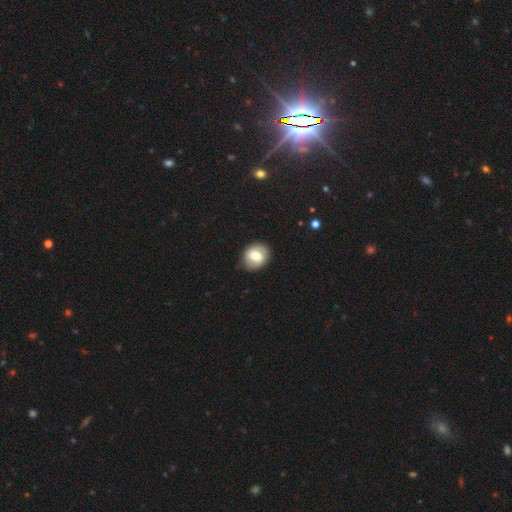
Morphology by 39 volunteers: A smooth galaxy with no disk features (56%) that is round (55%).

Vote fractions:
- Smooth or featured? smooth: 56% / featured or disk: 36% / star or artifact: 8%
- How rounded? round: 55% / in between: 41% / cigar-shaped: 5%
- Merging? none: 69% / minor disturbance: 31% / major disturbance: 0% / merger: 0%